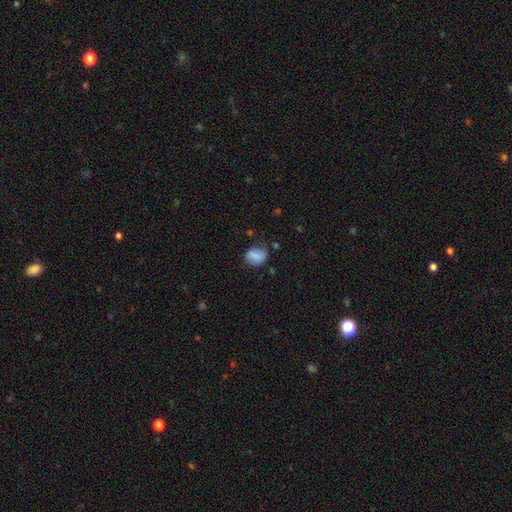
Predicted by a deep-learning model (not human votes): This is likely a smooth galaxy (78%). How rounded: possibly in between (59%). Merging: likely none (66%).